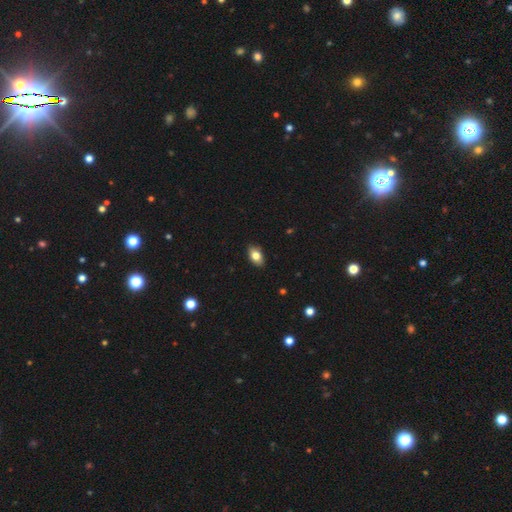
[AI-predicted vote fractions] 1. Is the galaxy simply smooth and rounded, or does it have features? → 80% smooth, 12% featured or disk, 8% star or artifact.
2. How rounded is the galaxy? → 90% in between, 8% round, 3% cigar-shaped.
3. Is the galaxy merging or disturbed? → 87% none, 10% minor disturbance, 2% major disturbance, 1% merger.